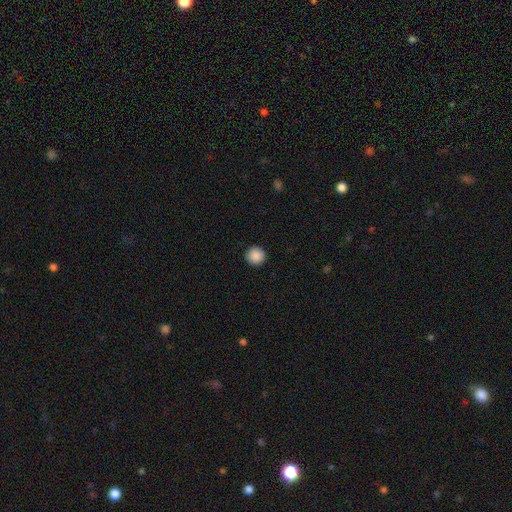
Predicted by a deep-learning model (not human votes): Overall: smooth (89%). How rounded: round (94%). Merging: none (92%).